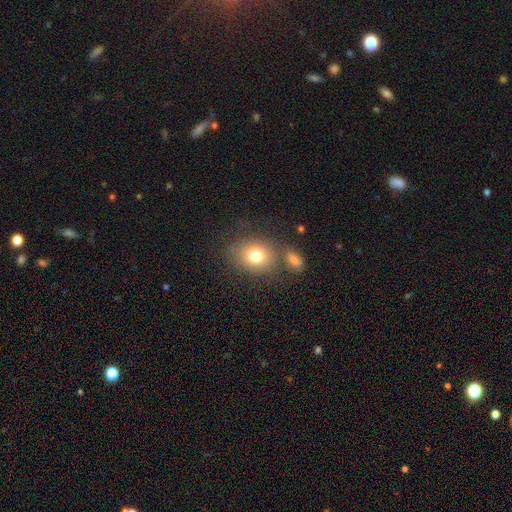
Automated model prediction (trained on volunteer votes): Smooth or featured: smooth — 76% (featured or disk — 12%)
How rounded: round — 67% (in between — 32%)
Merging: none — 68% (merger — 15%)